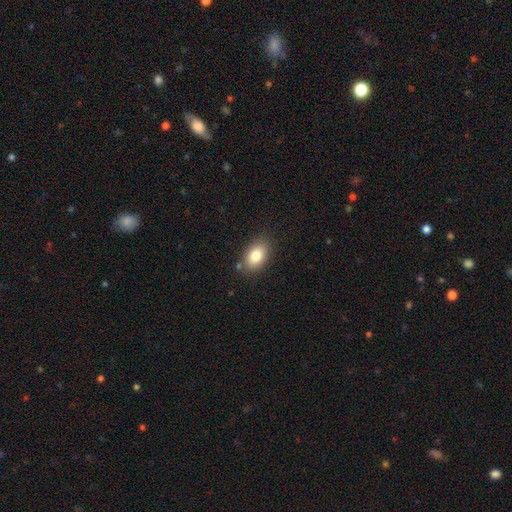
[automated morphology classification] Smooth or featured? Predicted: smooth (p=0.82). How rounded? Predicted: in between (p=0.87). Merging? Predicted: none (p=0.82).